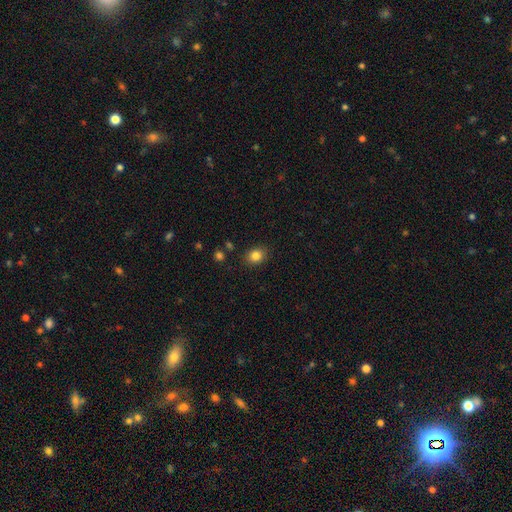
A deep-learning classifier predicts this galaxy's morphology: Overall: smooth (84%). How rounded: round (52%; in between 47%). Merging: none (86%).